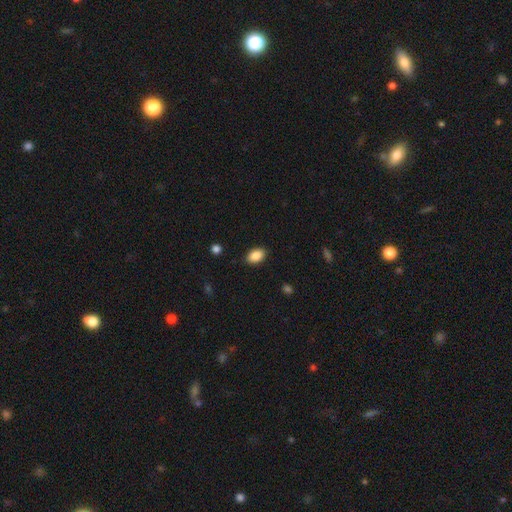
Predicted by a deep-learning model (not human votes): Smooth or featured?
  - smooth: 88% *
  - star or artifact: 8%
  - featured or disk: 4%
How rounded?
  - in between: 89% *
  - round: 9%
  - cigar-shaped: 1%
Merging?
  - none: 88% *
  - minor disturbance: 9%
  - major disturbance: 2%
  - merger: 1%